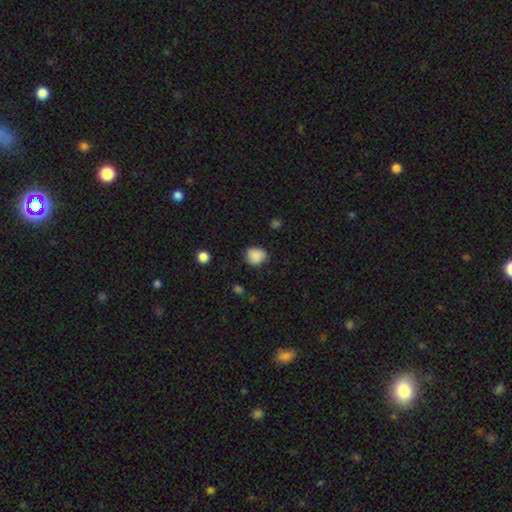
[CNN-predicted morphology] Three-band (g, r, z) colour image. It shows a smooth galaxy with no disk features (86%) that is round (63%). Merging: none (69%).